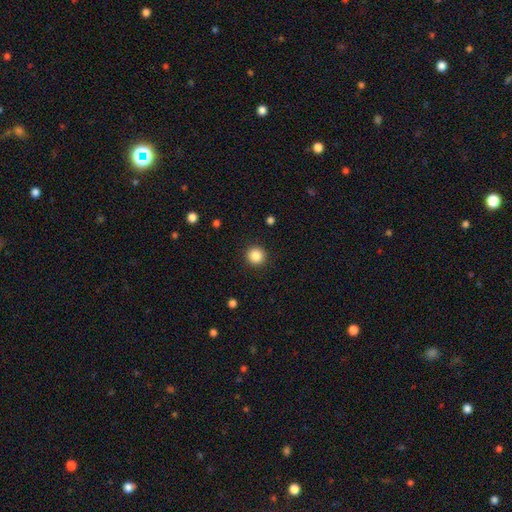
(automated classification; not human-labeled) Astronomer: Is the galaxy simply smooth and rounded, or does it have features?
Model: smooth — 86%.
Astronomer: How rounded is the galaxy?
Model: round — 94%.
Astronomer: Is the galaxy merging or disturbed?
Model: none — 92%.